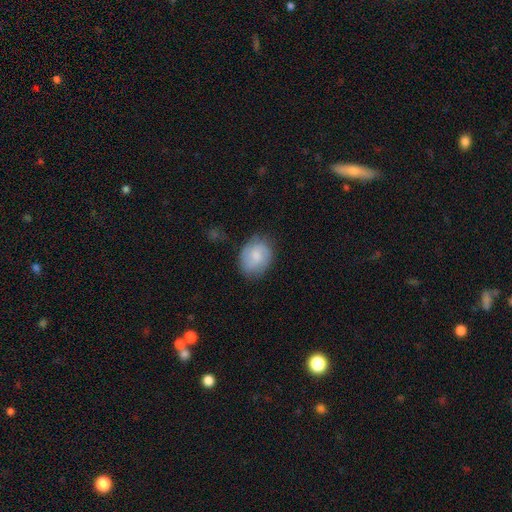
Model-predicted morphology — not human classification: type=smooth (61%); roundness=in between (57%); merging=none (73%).